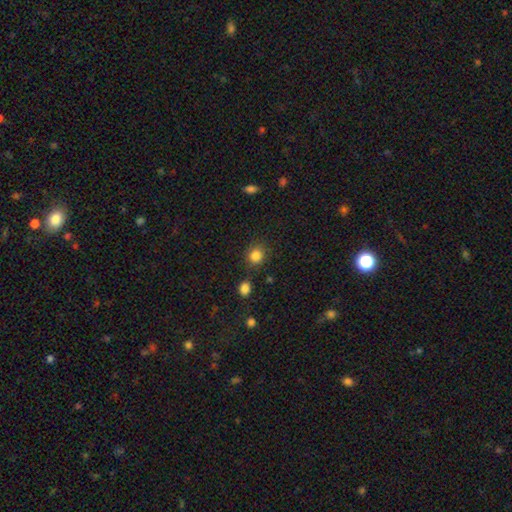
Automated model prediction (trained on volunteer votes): smooth_or_featured: smooth (p=0.84) [alt: star or artifact p=0.11]
how_rounded: round (p=0.83) [alt: in between p=0.16]
merging: none (p=0.82) [alt: minor disturbance p=0.10]